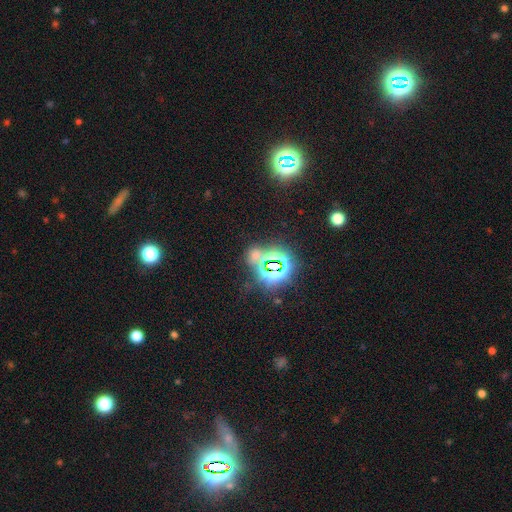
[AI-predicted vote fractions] Overall: star or artifact (68%).